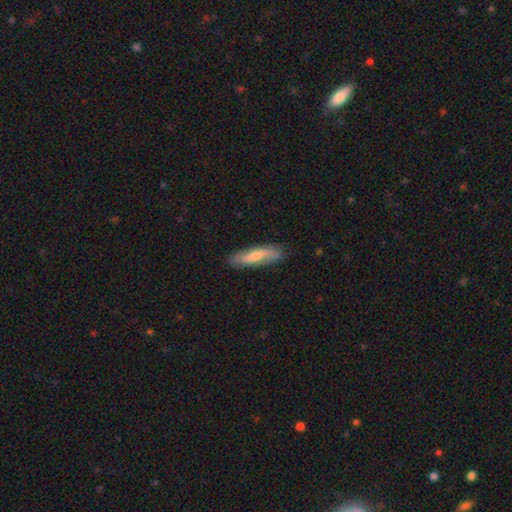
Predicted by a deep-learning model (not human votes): This is possibly a smooth galaxy (60%). How rounded: likely cigar-shaped (71%). Merging: clearly none (81%).